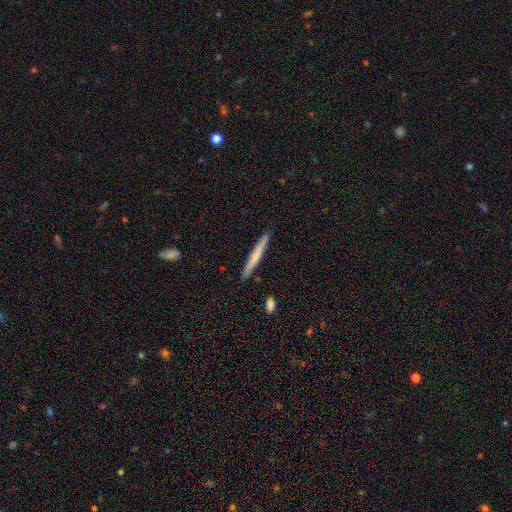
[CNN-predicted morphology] smooth-or-featured: smooth: 60% | featured or disk: 34% | star or artifact: 6%
  how-rounded: cigar-shaped: 97% | in between: 2% | round: 1%
  merging: none: 91% | minor disturbance: 6% | merger: 2% | major disturbance: 1%